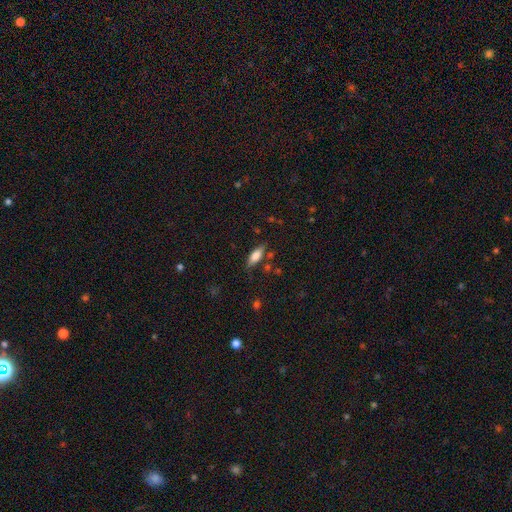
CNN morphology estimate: Smooth or featured?
  - smooth: 75% *
  - featured or disk: 18%
  - star or artifact: 7%
How rounded?
  - in between: 68% *
  - cigar-shaped: 30%
  - round: 2%
Merging?
  - none: 78% *
  - minor disturbance: 15%
  - major disturbance: 4%
  - merger: 4%